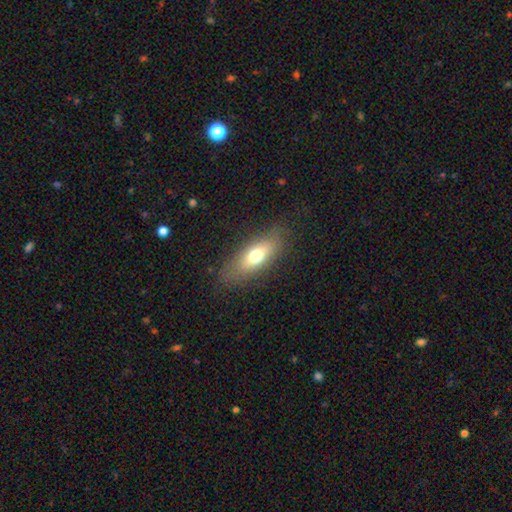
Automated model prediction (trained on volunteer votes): smooth-or-featured: smooth: 66% | featured or disk: 26% | star or artifact: 9%
  how-rounded: in between: 75% | cigar-shaped: 20% | round: 5%
  merging: none: 79% | minor disturbance: 14% | major disturbance: 5% | merger: 1%